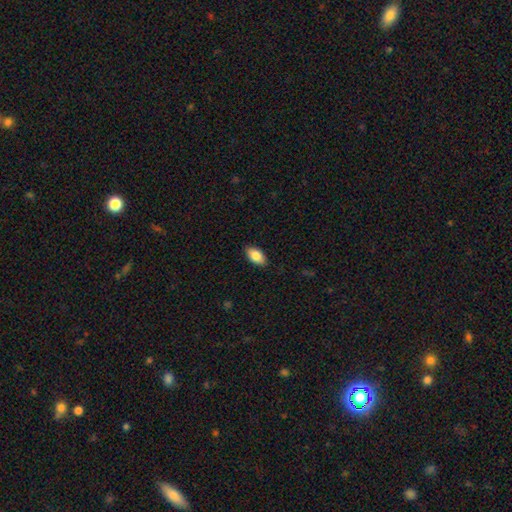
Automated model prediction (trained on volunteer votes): Smooth or featured: smooth — 86% (featured or disk — 7%)
How rounded: in between — 94% (round — 4%)
Merging: none — 88% (minor disturbance — 9%)